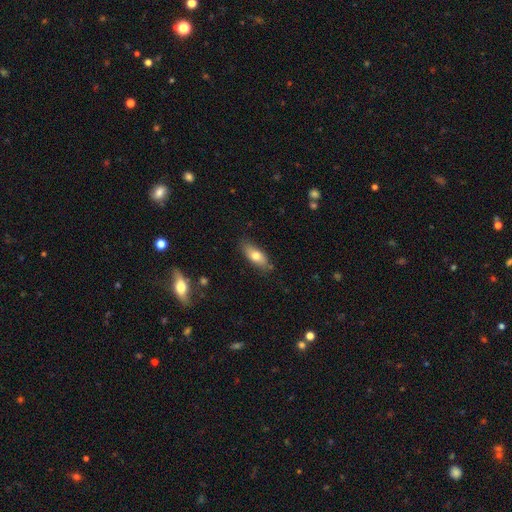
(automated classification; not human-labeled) Overall: smooth (71%). How rounded: in between (76%). Merging: none (80%).